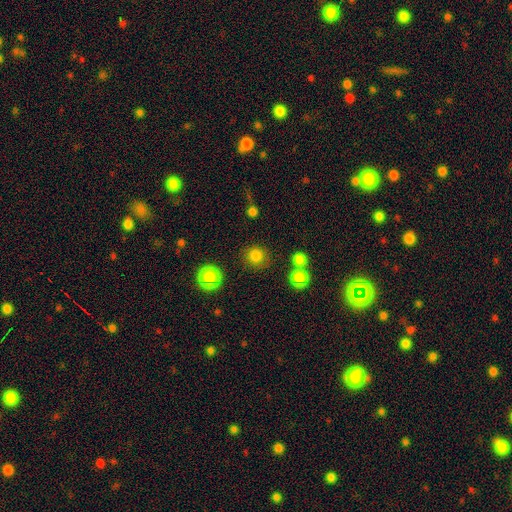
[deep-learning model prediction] Overall: smooth (79%). How rounded: round (92%). Merging: none (84%).